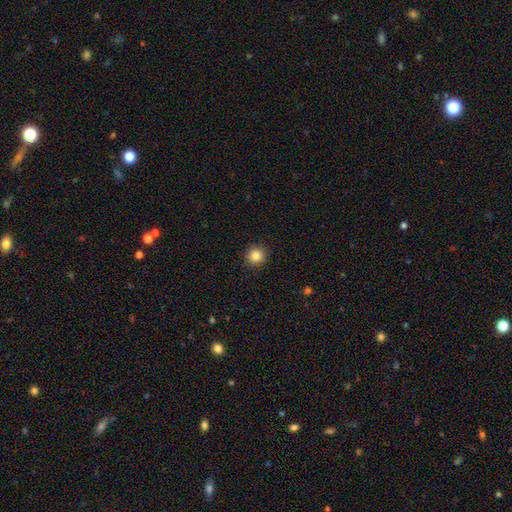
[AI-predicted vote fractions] A smooth galaxy with no disk features (84%) that is round (94%).

Vote fractions:
- Smooth or featured? smooth: 84% / star or artifact: 11% / featured or disk: 5%
- How rounded? round: 94% / in between: 5% / cigar-shaped: 1%
- Merging? none: 93% / minor disturbance: 5% / major disturbance: 2% / merger: 1%